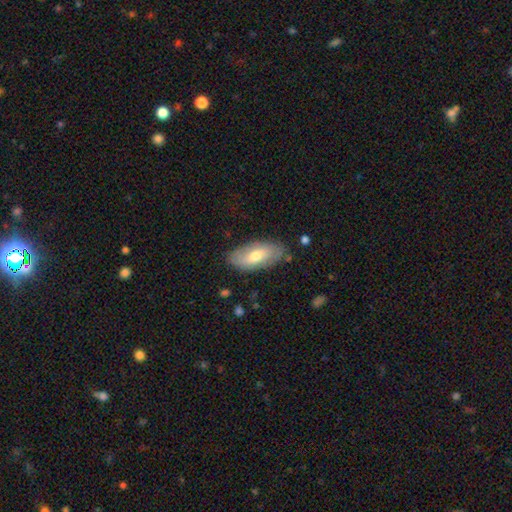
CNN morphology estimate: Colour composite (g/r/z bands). It shows a smooth galaxy with no disk features (64%) that is in between round and cigar-shaped (89%). Merging: none (81%).